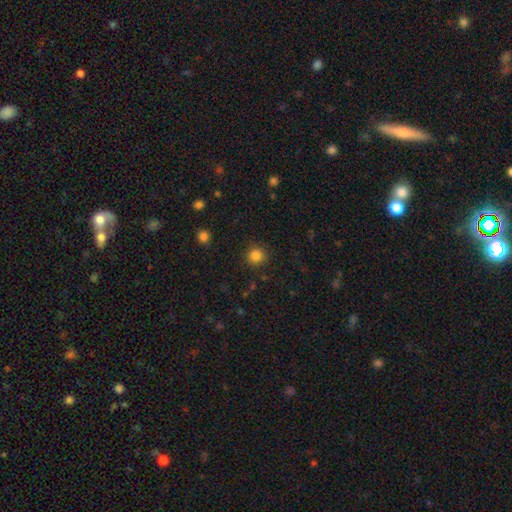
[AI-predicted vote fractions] smooth 84%, star or artifact 12%, featured or disk 4%. Down the decision tree: how rounded — round (93%); merging — none (90%).